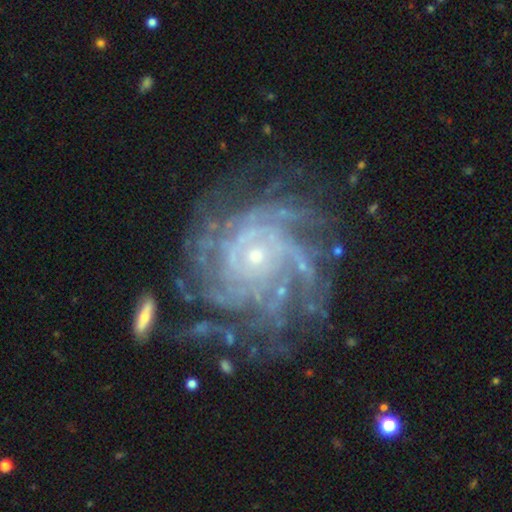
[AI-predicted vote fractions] Smooth or featured? featured or disk (90%)
Edge-on disk? no (97%)
Bar? no (79%)
Spiral arms? yes (97%)
Spiral winding? tight (76%)
Spiral arm count? more than 4 (31%)
Bulge size? small (79%)
Merging? none (67%)